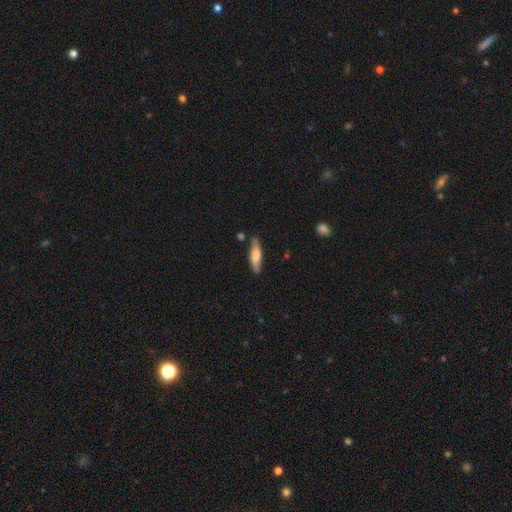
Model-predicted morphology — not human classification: This is likely a smooth galaxy (65%). How rounded: likely cigar-shaped (68%). Merging: clearly none (80%).